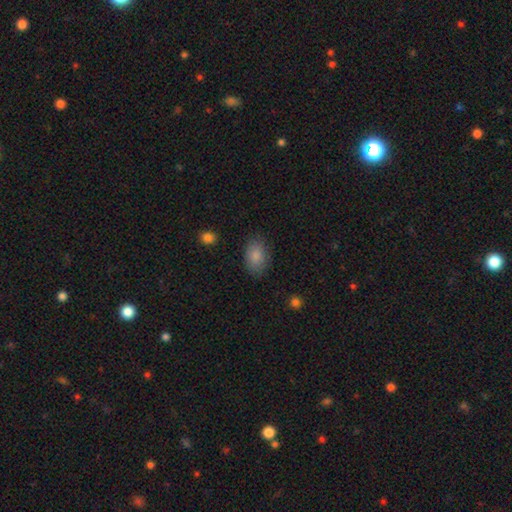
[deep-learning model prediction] smooth-or-featured: smooth: 86% | star or artifact: 7% | featured or disk: 7%
  how-rounded: in between: 86% | round: 13% | cigar-shaped: 1%
  merging: none: 82% | minor disturbance: 13% | major disturbance: 4% | merger: 1%